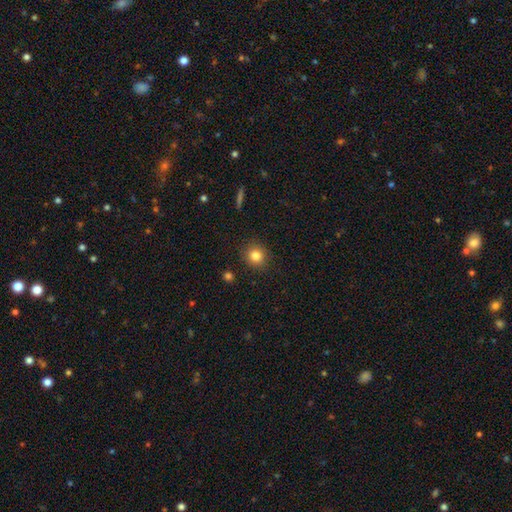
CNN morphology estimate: Q: Smooth or featured?
A: smooth (83%); runner-up: star or artifact (11%)
Q: How rounded?
A: round (85%); runner-up: in between (14%)
Q: Merging?
A: none (90%); runner-up: minor disturbance (7%)